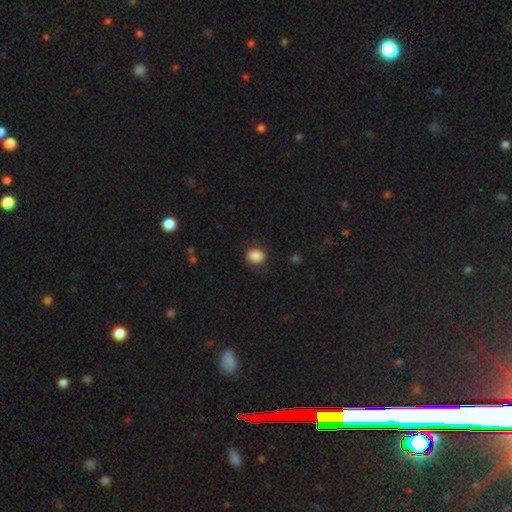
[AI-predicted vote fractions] Smooth or featured: smooth — 86% (star or artifact — 8%)
How rounded: round — 51% (in between — 48%)
Merging: none — 74% (minor disturbance — 18%)